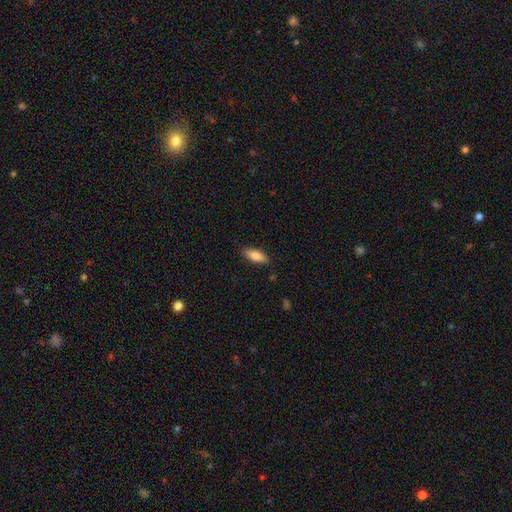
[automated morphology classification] This is likely a smooth galaxy (78%). How rounded: likely in between (63%). Merging: clearly none (87%).